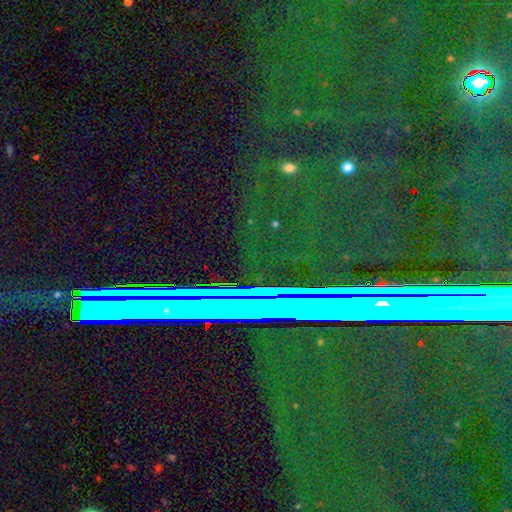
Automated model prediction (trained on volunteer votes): Smooth or featured: star or artifact — 80% (featured or disk — 11%)